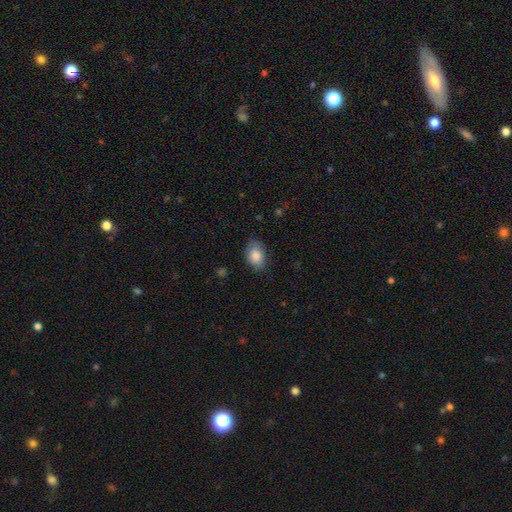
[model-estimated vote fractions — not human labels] Morphology: type=smooth (84%); roundness=in between (86%); merging=none (74%).